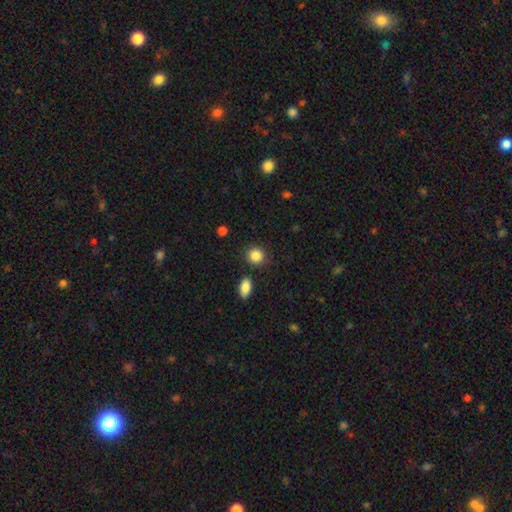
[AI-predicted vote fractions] This is clearly a smooth galaxy (87%). How rounded: clearly round (85%). Merging: clearly none (86%).